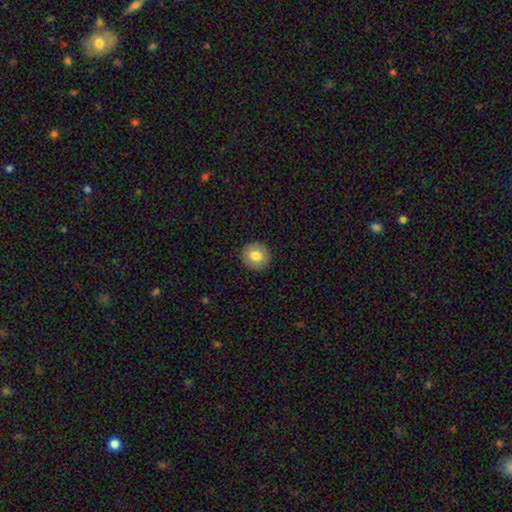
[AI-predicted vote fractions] Smooth or featured? smooth (78%)
How rounded? round (87%)
Merging? none (92%)